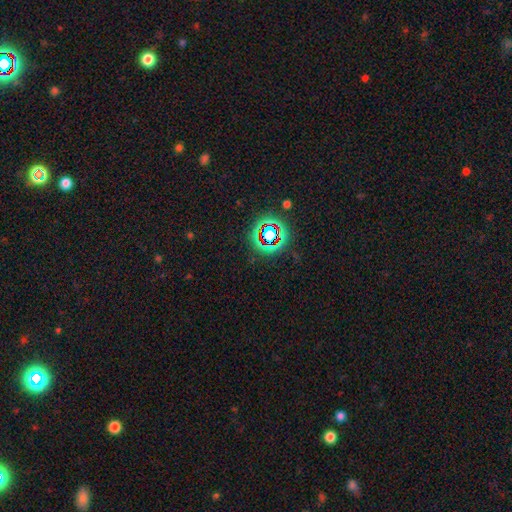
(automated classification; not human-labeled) A star or artifact, not a galaxy (70%).

Vote fractions:
- Smooth or featured? star or artifact: 70% / smooth: 15% / featured or disk: 15%